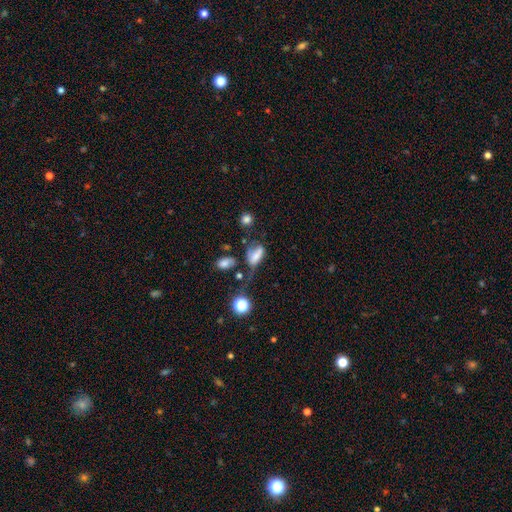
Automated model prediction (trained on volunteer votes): Q: Smooth or featured?
A: smooth (61%); runner-up: featured or disk (25%)
Q: How rounded?
A: in between (80%); runner-up: round (10%)
Q: Merging?
A: major disturbance (37%); runner-up: none (23%)